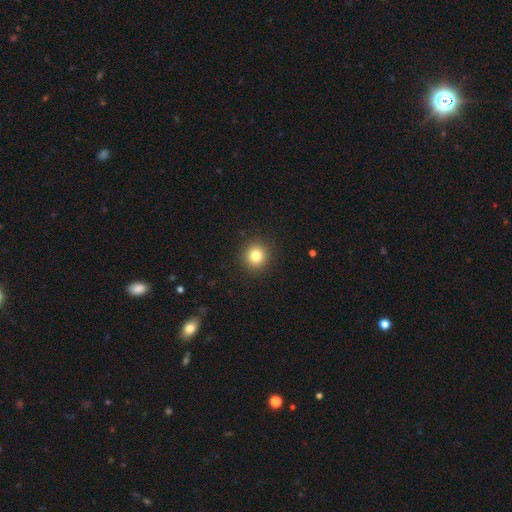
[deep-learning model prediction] Smooth or featured? Predicted: smooth (p=0.81). How rounded? Predicted: round (p=0.93). Merging? Predicted: none (p=0.92).